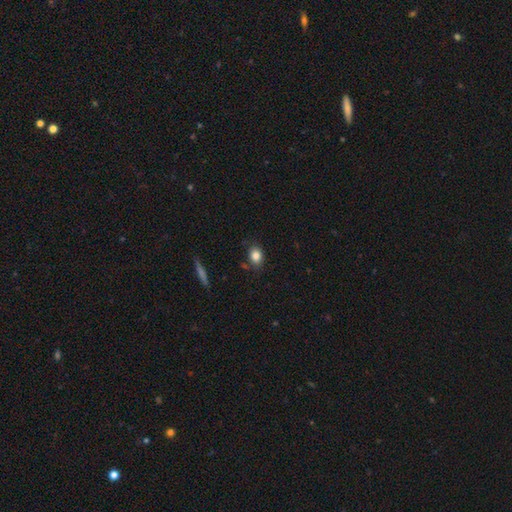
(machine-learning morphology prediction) type=smooth (83%); roundness=in between (67%); merging=none (80%).